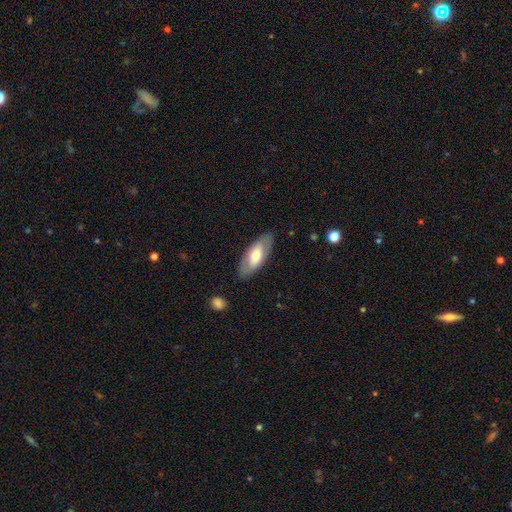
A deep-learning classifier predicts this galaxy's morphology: A smooth galaxy with no disk features (51%) that is in between round and cigar-shaped (82%). Merging: none (84%).